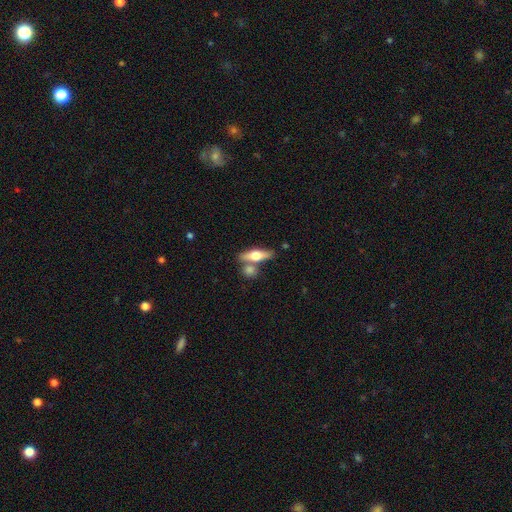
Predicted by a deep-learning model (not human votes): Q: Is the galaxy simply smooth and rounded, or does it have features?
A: smooth — 48%.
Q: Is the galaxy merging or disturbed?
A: none — 62%.